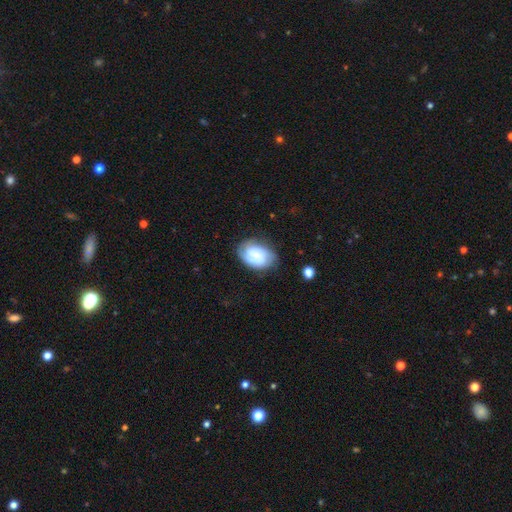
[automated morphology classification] Q: Smooth or featured?
A: smooth (47%); runner-up: featured or disk (45%)
Q: Merging?
A: none (61%); runner-up: minor disturbance (25%)